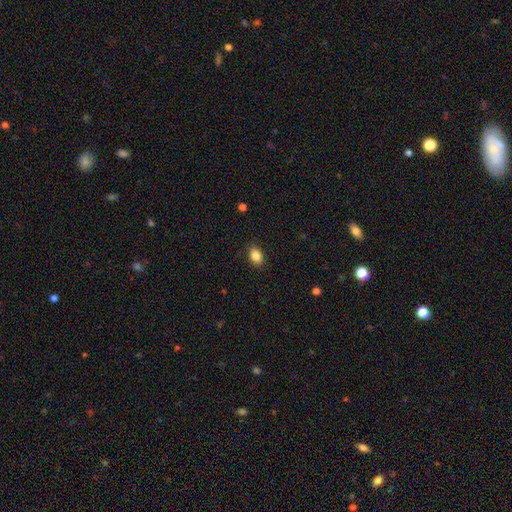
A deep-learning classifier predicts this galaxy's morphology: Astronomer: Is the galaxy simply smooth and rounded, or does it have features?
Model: smooth — 86%.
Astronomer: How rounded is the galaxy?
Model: in between — 79%.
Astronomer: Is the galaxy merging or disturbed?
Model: none — 88%.